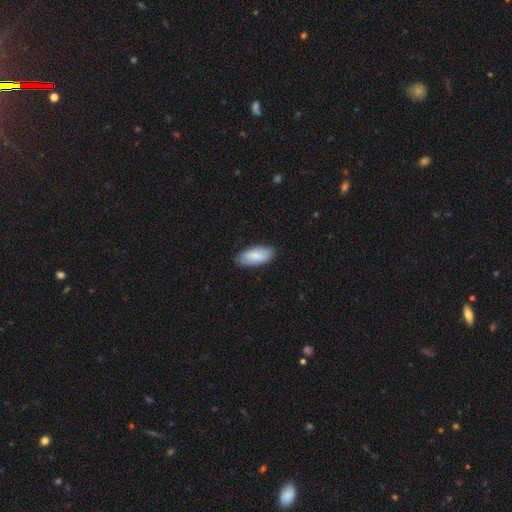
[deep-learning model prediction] Smooth or featured?
  - smooth: 85% *
  - featured or disk: 10%
  - star or artifact: 5%
How rounded?
  - in between: 86% *
  - cigar-shaped: 12%
  - round: 2%
Merging?
  - none: 86% *
  - minor disturbance: 11%
  - major disturbance: 2%
  - merger: 1%